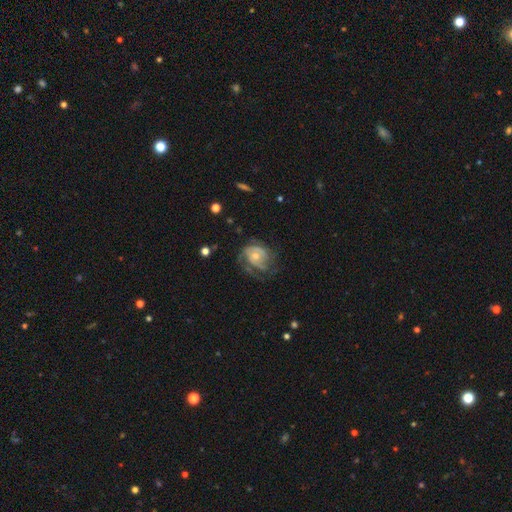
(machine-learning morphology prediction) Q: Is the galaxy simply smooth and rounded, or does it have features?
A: featured or disk — 79%.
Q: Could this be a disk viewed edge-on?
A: no — 98%.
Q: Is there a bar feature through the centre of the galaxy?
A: no — 71%.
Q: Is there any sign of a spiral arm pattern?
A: yes — 91%.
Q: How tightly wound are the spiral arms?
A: tight — 48%.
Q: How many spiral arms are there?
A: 2 — 31%.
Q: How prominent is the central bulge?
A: small — 49%.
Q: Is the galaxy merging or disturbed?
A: none — 52%.